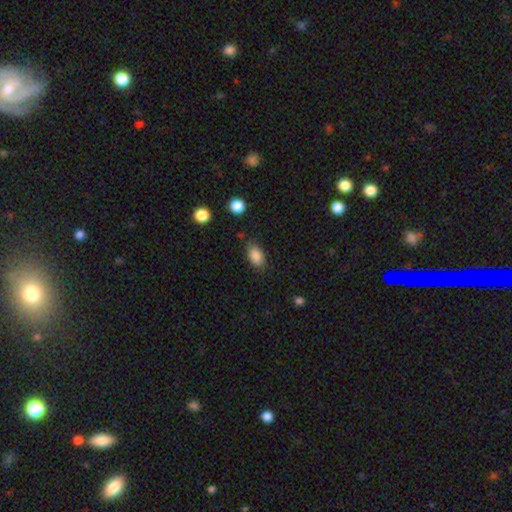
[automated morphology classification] Smooth or featured? Predicted: smooth (p=0.87). How rounded? Predicted: in between (p=0.90). Merging? Predicted: none (p=0.77).